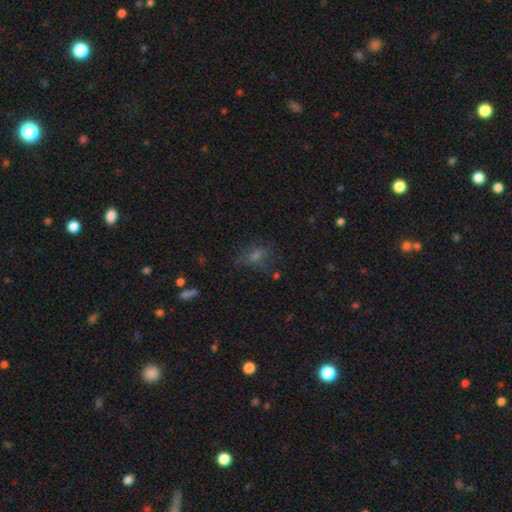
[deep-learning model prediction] Smooth or featured?
  - smooth: 47% *
  - star or artifact: 36%
  - featured or disk: 17%
Merging?
  - none: 64% *
  - minor disturbance: 19%
  - major disturbance: 13%
  - merger: 3%